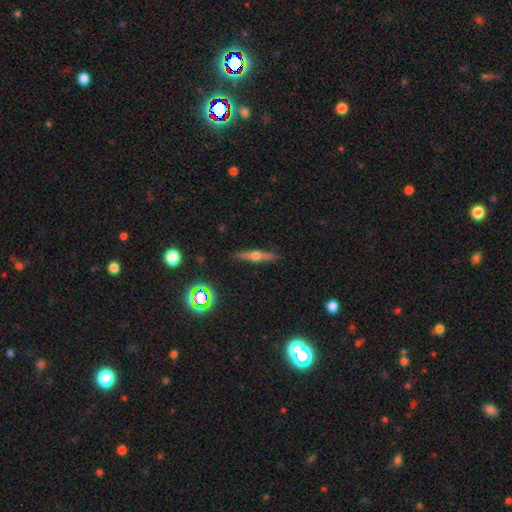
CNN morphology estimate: This is likely a featured or disk galaxy (66%). It is clearly viewed edge-on (97%). Edge-on bulge: clearly rounded (93%). Merging: clearly none (90%).